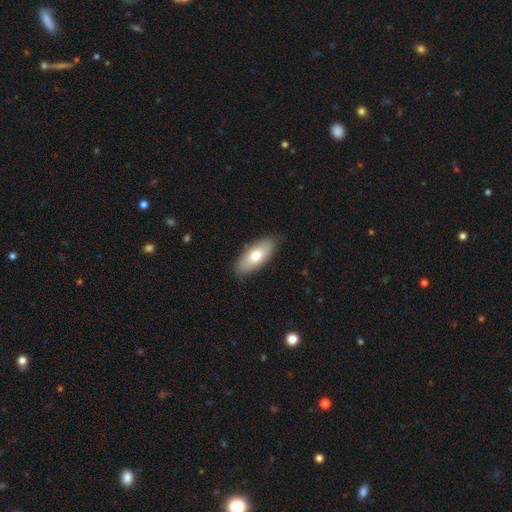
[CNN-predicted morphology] Smooth or featured? smooth (71%)
How rounded? in between (83%)
Merging? none (84%)